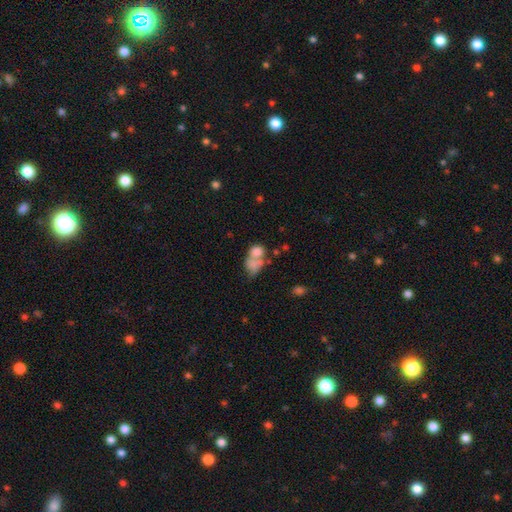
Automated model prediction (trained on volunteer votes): Smooth or featured? Predicted: smooth (p=0.72). How rounded? Predicted: in between (p=0.62). Merging? Predicted: merger (p=0.57).